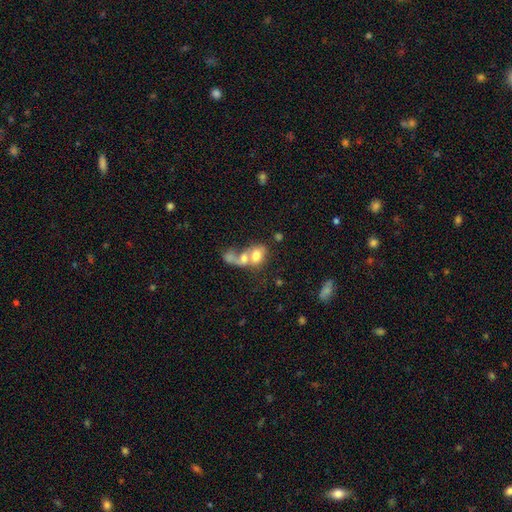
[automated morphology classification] A smooth galaxy with no disk features (65%) that is in between round and cigar-shaped (64%).

Vote fractions:
- Smooth or featured? smooth: 65% / featured or disk: 26% / star or artifact: 9%
- How rounded? in between: 64% / round: 34% / cigar-shaped: 2%
- Merging? merger: 71% / none: 13% / major disturbance: 10% / minor disturbance: 6%